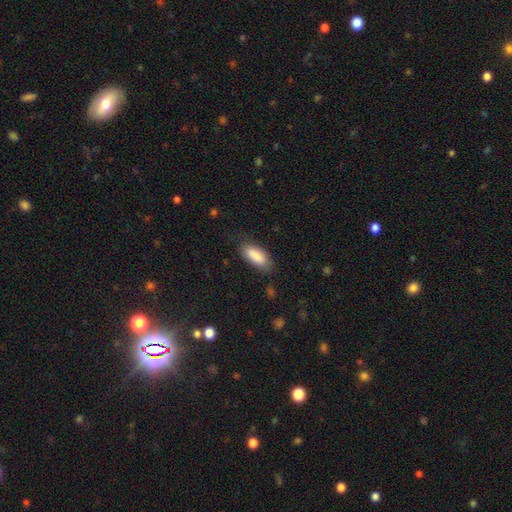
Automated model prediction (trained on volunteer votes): A smooth galaxy with no disk features (87%) that is in between round and cigar-shaped (81%). Merging: none (78%).